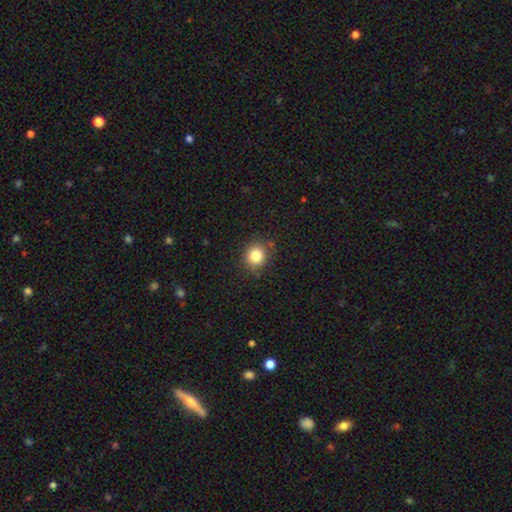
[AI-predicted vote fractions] A smooth galaxy with no disk features (83%) that is round (86%).

Vote fractions:
- Smooth or featured? smooth: 83% / star or artifact: 12% / featured or disk: 6%
- How rounded? round: 86% / in between: 13% / cigar-shaped: 1%
- Merging? none: 86% / minor disturbance: 10% / major disturbance: 3% / merger: 2%